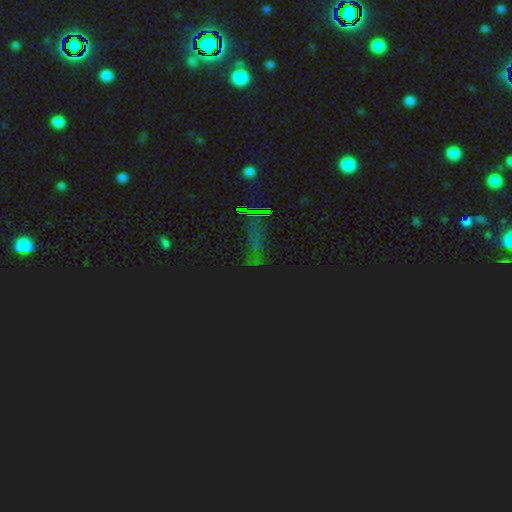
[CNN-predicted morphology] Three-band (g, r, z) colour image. It shows a star or artifact, not a galaxy (74%).